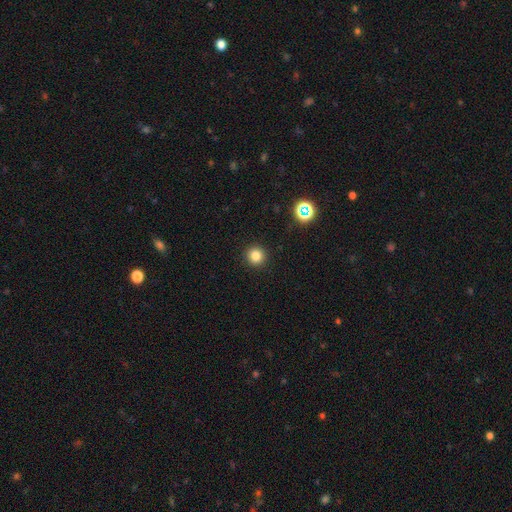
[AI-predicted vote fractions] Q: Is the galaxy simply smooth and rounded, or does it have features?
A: smooth — 82%.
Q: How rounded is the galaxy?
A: round — 94%.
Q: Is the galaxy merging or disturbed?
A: none — 93%.